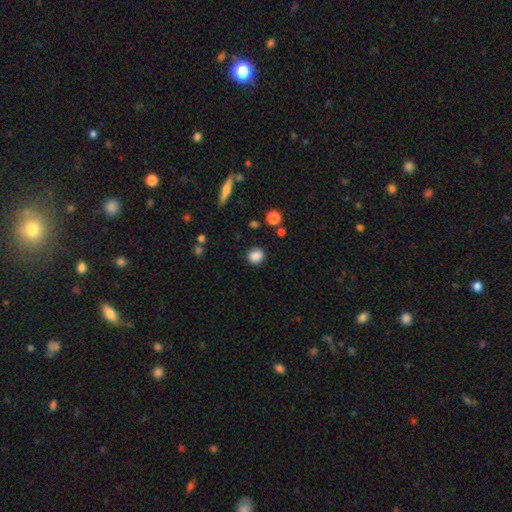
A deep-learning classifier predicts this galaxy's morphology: This appears to be a smooth galaxy with no disk features (86%) that is round (82%). Merging: none (87%).